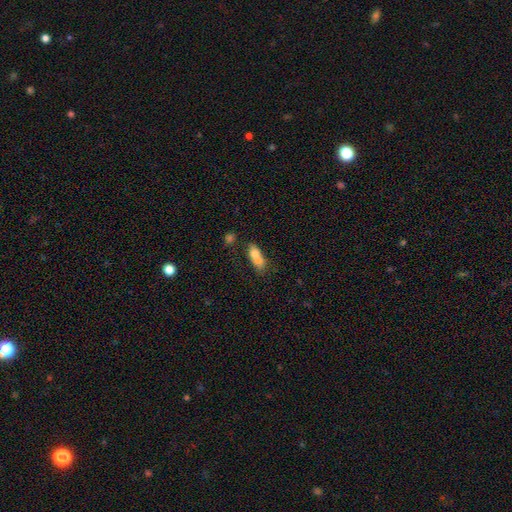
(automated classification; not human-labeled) This is likely a smooth galaxy (68%). How rounded: likely in between (66%). Merging: likely merger (61%).